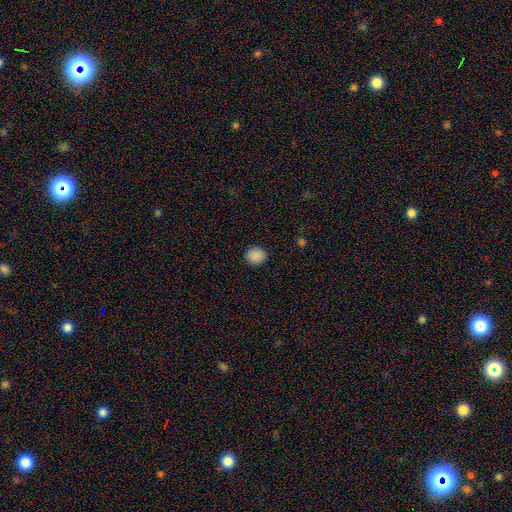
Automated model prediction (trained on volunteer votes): Q: Smooth or featured?
A: smooth (88%); runner-up: star or artifact (9%)
Q: How rounded?
A: round (76%); runner-up: in between (23%)
Q: Merging?
A: none (91%); runner-up: minor disturbance (7%)